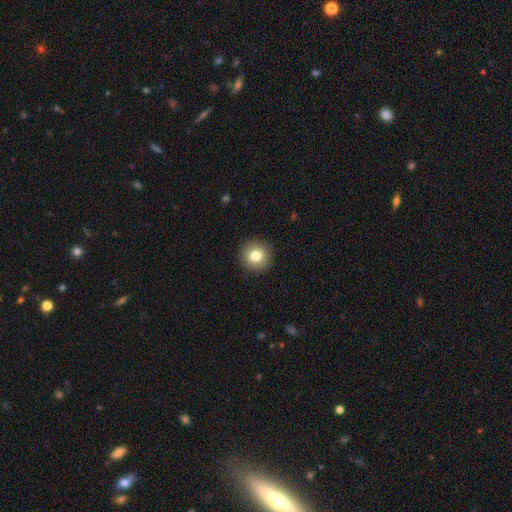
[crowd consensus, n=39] Smooth or featured? smooth (85%)
How rounded? round (94%)
Merging? none (94%)